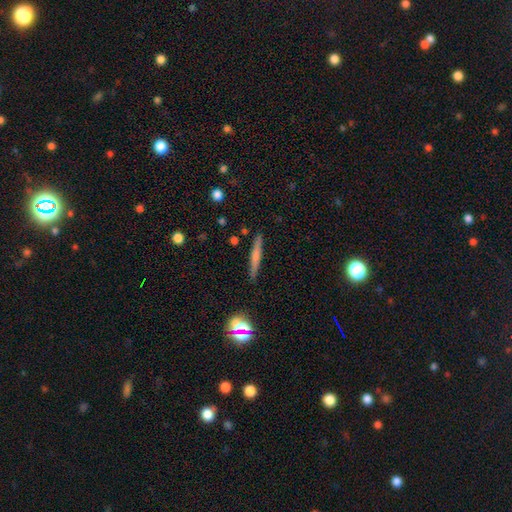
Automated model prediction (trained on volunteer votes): The model was most divided on "smooth or featured": smooth: 53%, featured or disk: 38%, star or artifact: 10%. More confident: how rounded — cigar-shaped (92%); merging — none (88%).